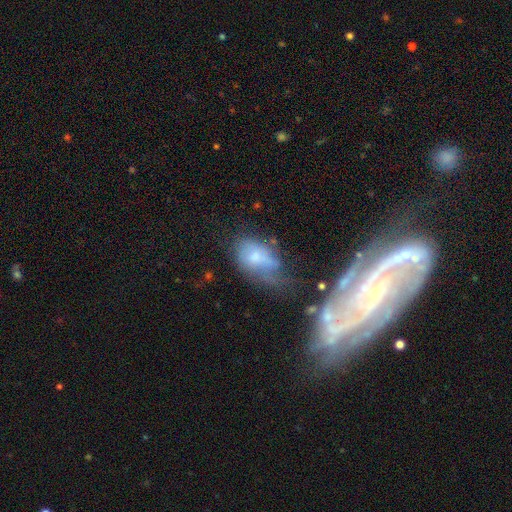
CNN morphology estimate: type=smooth (53%); roundness=in between (86%); merging=major disturbance (32%).